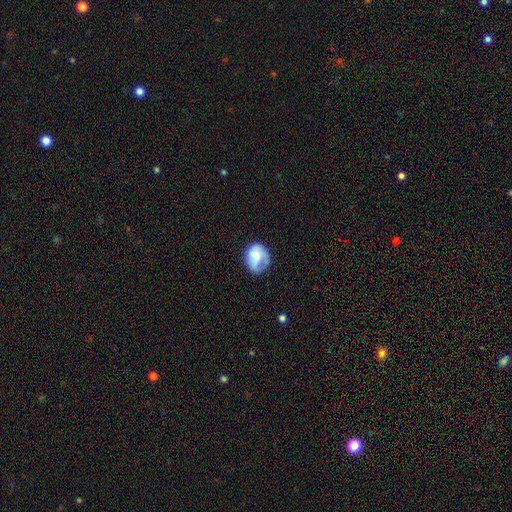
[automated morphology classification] Smooth or featured?
  - smooth: 54% *
  - featured or disk: 38%
  - star or artifact: 8%
How rounded?
  - round: 54% *
  - in between: 45%
  - cigar-shaped: 1%
Merging?
  - none: 47% *
  - minor disturbance: 30%
  - major disturbance: 20%
  - merger: 3%